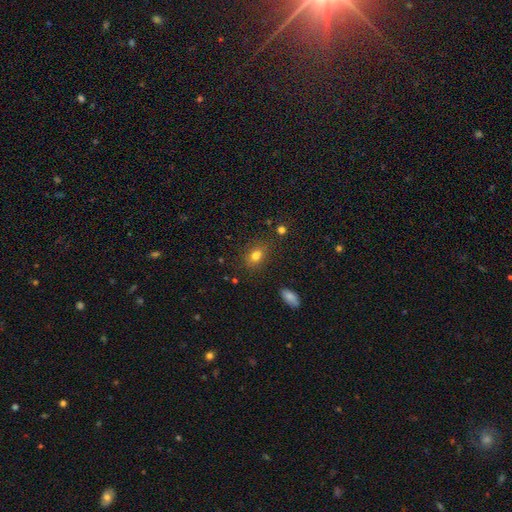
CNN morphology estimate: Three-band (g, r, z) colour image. It shows a smooth galaxy with no disk features (80%) that is in between round and cigar-shaped (67%). Merging: none (79%).